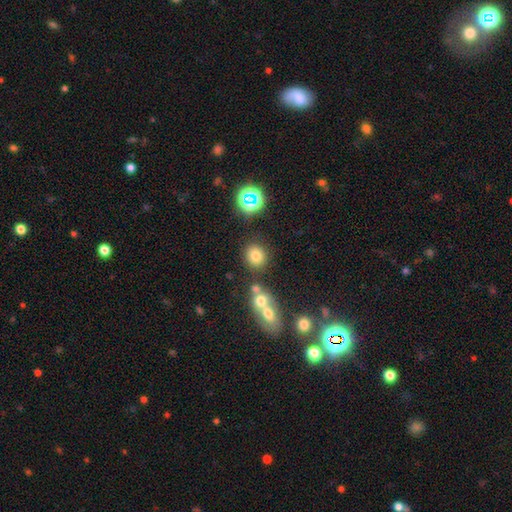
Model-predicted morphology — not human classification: smooth-or-featured: smooth: 76% | star or artifact: 16% | featured or disk: 8%
  how-rounded: round: 81% | in between: 18% | cigar-shaped: 1%
  merging: none: 77% | merger: 10% | minor disturbance: 9% | major disturbance: 4%